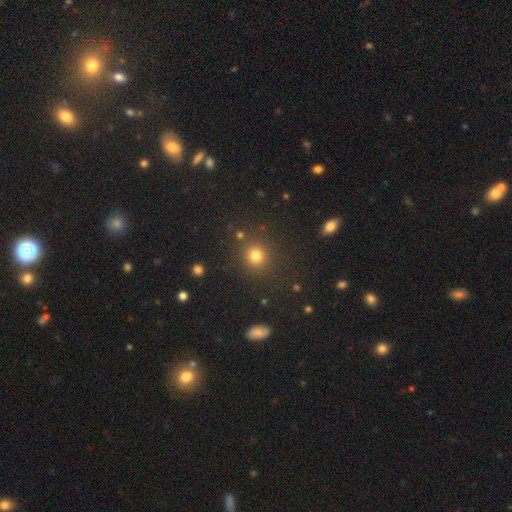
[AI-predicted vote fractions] Q: Smooth or featured?
A: smooth (80%); runner-up: star or artifact (15%)
Q: How rounded?
A: round (90%); runner-up: in between (9%)
Q: Merging?
A: none (85%); runner-up: minor disturbance (7%)